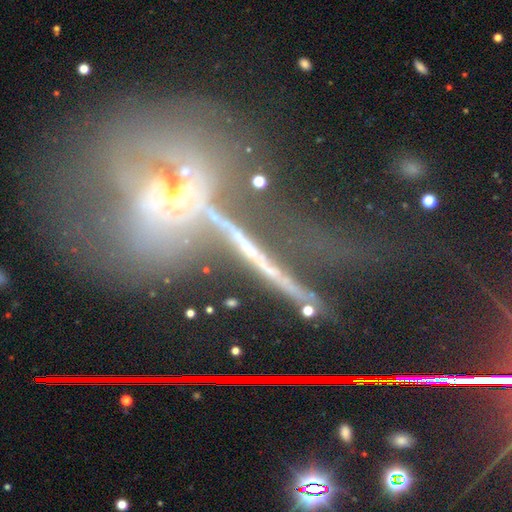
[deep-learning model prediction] Smooth or featured? Predicted: featured or disk (p=0.46). Merging? Predicted: none (p=0.50).